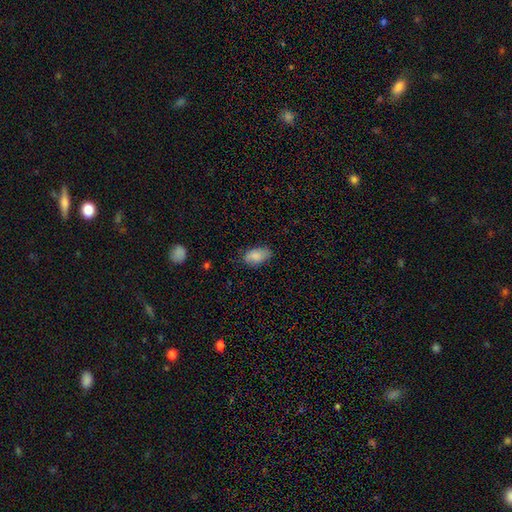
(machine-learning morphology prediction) Q: Smooth or featured?
A: smooth (82%); runner-up: featured or disk (11%)
Q: How rounded?
A: in between (93%); runner-up: round (5%)
Q: Merging?
A: none (71%); runner-up: minor disturbance (23%)